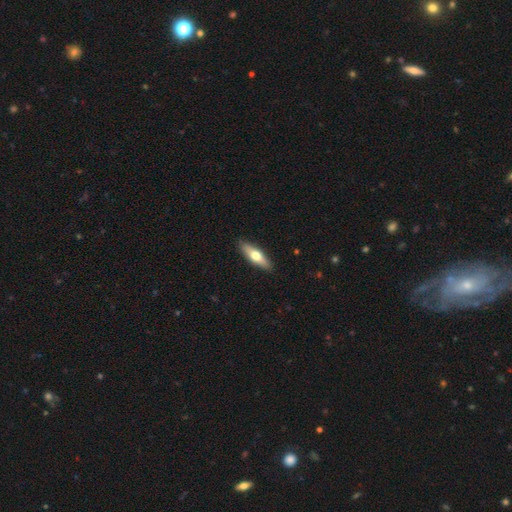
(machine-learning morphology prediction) Smooth or featured? Predicted: smooth (p=0.57). How rounded? Predicted: cigar-shaped (p=0.53). Merging? Predicted: none (p=0.89).